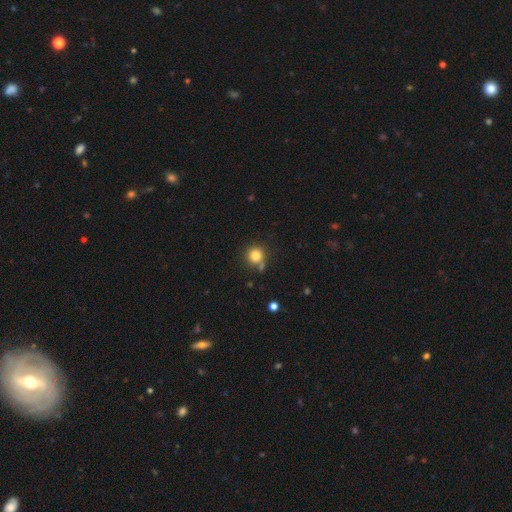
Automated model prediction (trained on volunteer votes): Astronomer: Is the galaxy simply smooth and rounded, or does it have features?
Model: smooth — 83%.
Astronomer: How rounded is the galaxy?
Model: round — 92%.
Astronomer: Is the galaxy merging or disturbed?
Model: none — 72%.